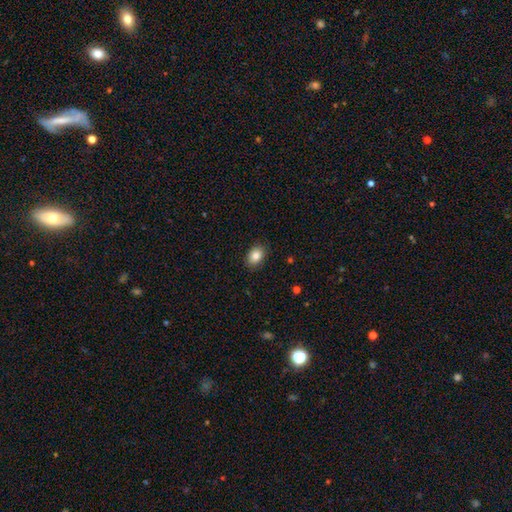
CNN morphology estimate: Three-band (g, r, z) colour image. It shows a smooth galaxy with no disk features (85%) that is in between round and cigar-shaped (77%). Merging: none (88%).